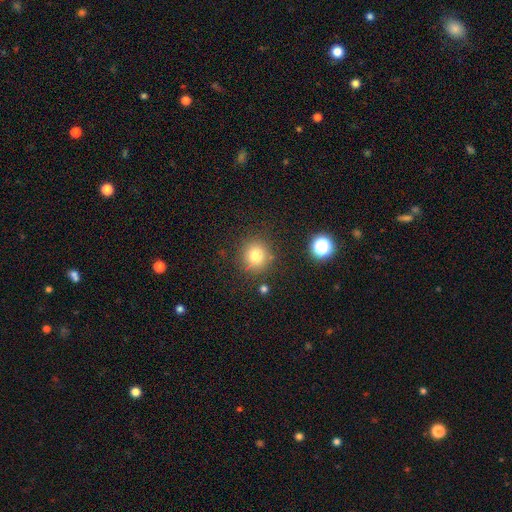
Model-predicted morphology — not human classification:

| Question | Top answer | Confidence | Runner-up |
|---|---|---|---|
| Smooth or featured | smooth | 79% | star or artifact (13%) |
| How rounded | round | 89% | in between (10%) |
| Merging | none | 83% | minor disturbance (10%) |